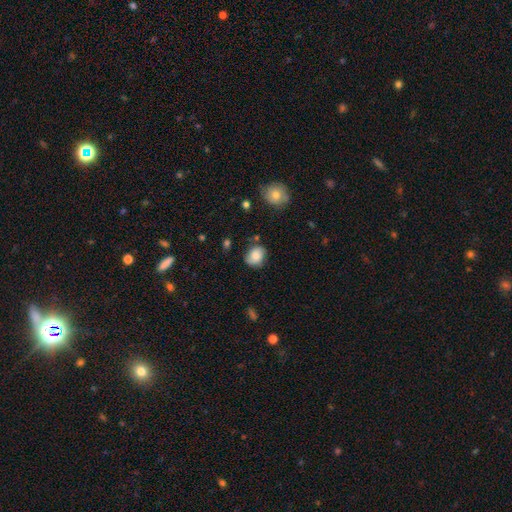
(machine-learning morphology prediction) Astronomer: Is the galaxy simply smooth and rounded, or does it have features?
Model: smooth — 75%.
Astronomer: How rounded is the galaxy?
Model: in between — 52% (runner-up: round, 47%).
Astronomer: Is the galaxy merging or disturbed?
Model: none — 68%.